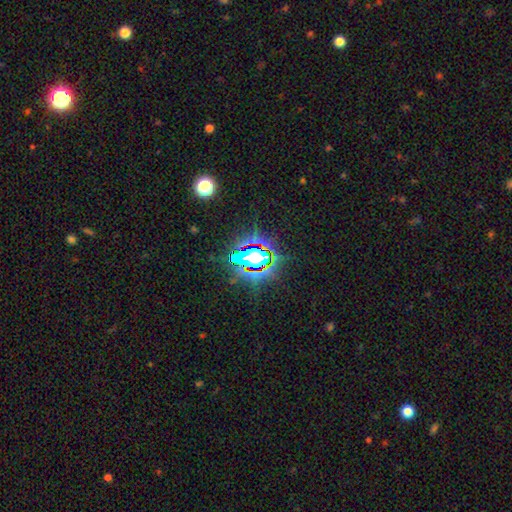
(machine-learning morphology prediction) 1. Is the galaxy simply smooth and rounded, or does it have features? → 69% star or artifact, 18% smooth, 13% featured or disk.